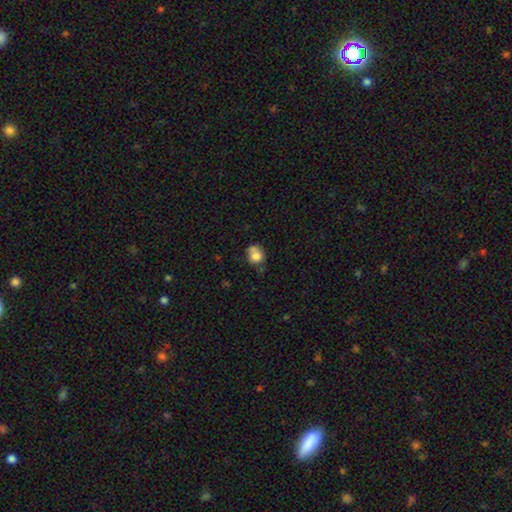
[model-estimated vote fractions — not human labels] The model was most divided on "merging": none: 44%, merger: 26%, minor disturbance: 21%, major disturbance: 9%. More confident: smooth or featured — smooth (76%); how rounded — round (71%).